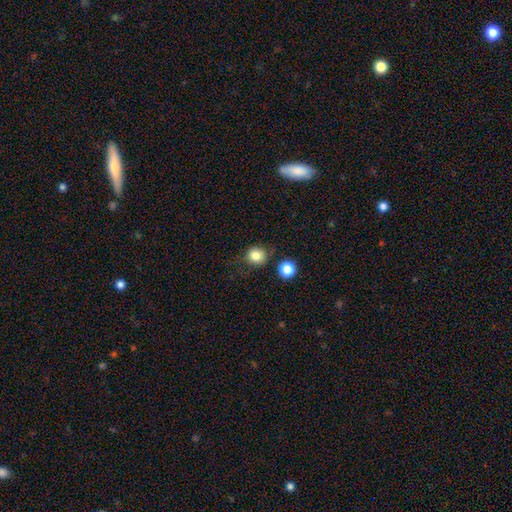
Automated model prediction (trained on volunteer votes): This appears to be a smooth galaxy with no disk features (82%) that is round (87%). Merging: none (75%).